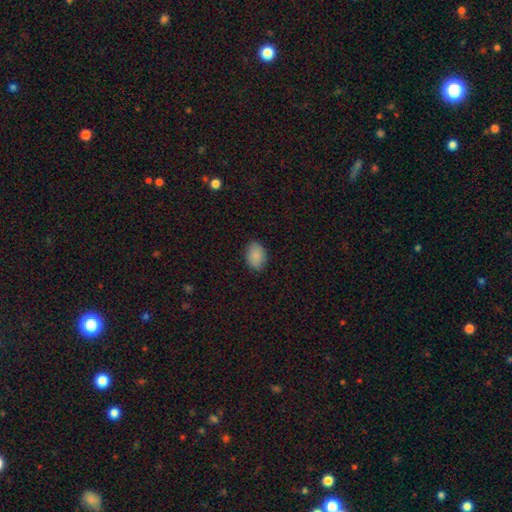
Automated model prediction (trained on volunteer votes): smooth-or-featured: smooth: 88% | star or artifact: 7% | featured or disk: 4%
  how-rounded: in between: 82% | round: 17% | cigar-shaped: 1%
  merging: none: 85% | minor disturbance: 11% | major disturbance: 2% | merger: 1%